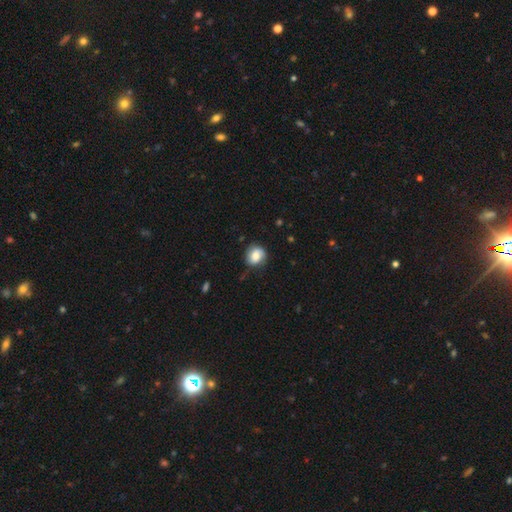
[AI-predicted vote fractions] Overall: smooth (69%). How rounded: round (72%). Merging: none (69%).